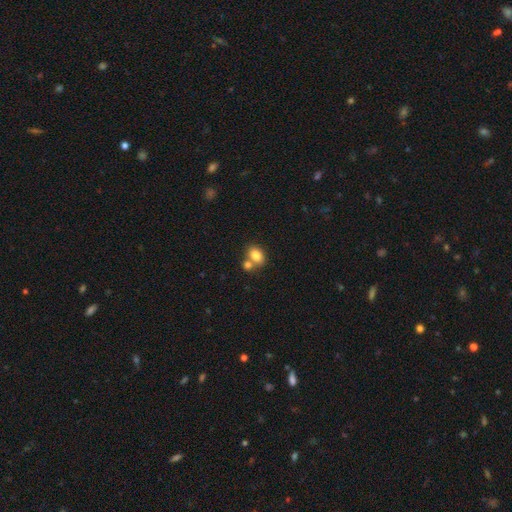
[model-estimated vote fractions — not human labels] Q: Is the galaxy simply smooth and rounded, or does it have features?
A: smooth — 82%.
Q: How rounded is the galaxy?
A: in between — 74%.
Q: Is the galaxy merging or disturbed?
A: none — 48%.